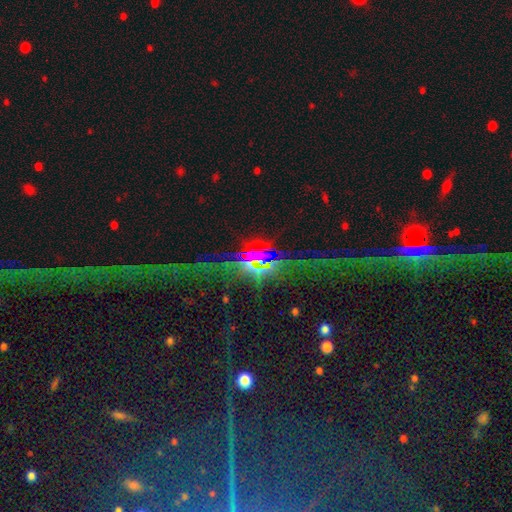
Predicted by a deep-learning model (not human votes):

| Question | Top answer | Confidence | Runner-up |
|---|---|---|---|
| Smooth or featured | star or artifact | 77% | featured or disk (14%) |